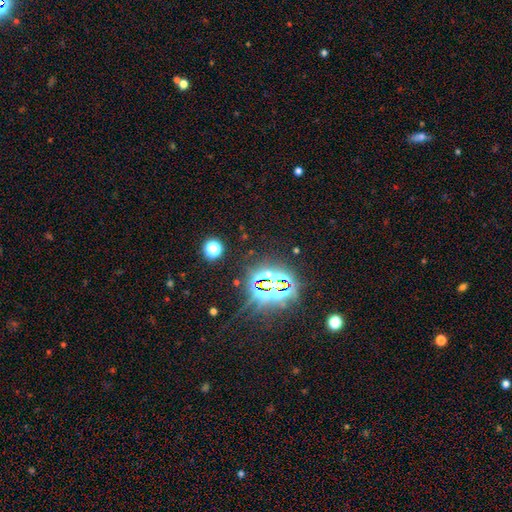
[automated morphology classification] A star or artifact, not a galaxy (83%).